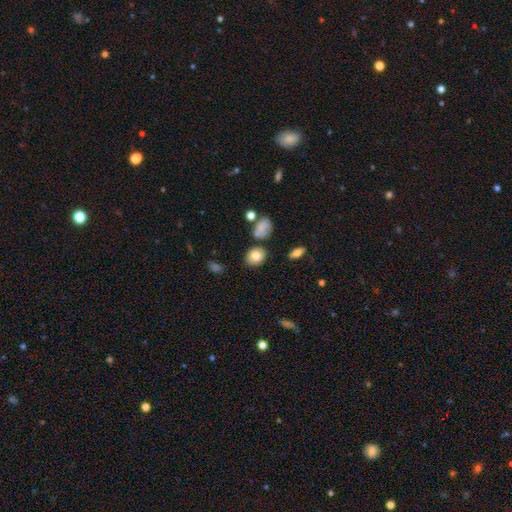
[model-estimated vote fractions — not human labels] Smooth or featured?
  - smooth: 80% *
  - featured or disk: 11%
  - star or artifact: 10%
How rounded?
  - in between: 55% *
  - round: 43%
  - cigar-shaped: 1%
Merging?
  - none: 74% *
  - minor disturbance: 14%
  - merger: 8%
  - major disturbance: 4%